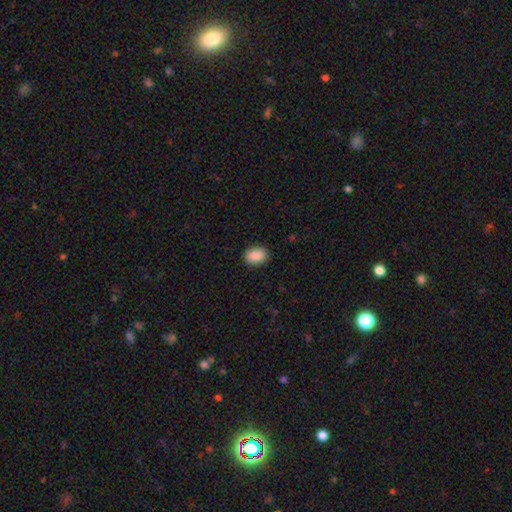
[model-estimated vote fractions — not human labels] A smooth galaxy with no disk features (88%) that is in between round and cigar-shaped (68%).

Vote fractions:
- Smooth or featured? smooth: 88% / star or artifact: 7% / featured or disk: 5%
- How rounded? in between: 68% / round: 31% / cigar-shaped: 1%
- Merging? none: 90% / minor disturbance: 8% / major disturbance: 2% / merger: 1%